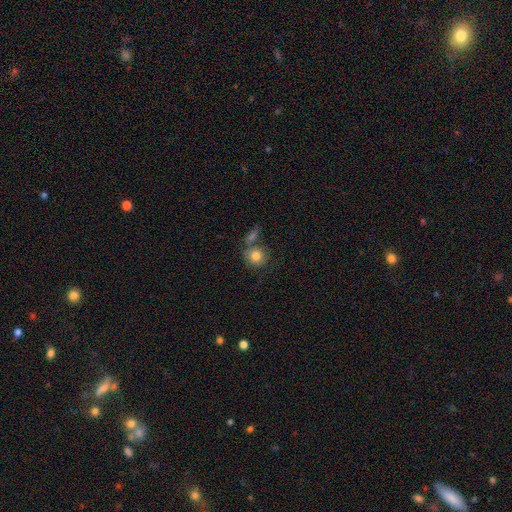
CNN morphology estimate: Smooth or featured?
  - smooth: 77% *
  - featured or disk: 15%
  - star or artifact: 8%
How rounded?
  - round: 83% *
  - in between: 16%
  - cigar-shaped: 1%
Merging?
  - none: 51% *
  - merger: 26%
  - minor disturbance: 15%
  - major disturbance: 7%